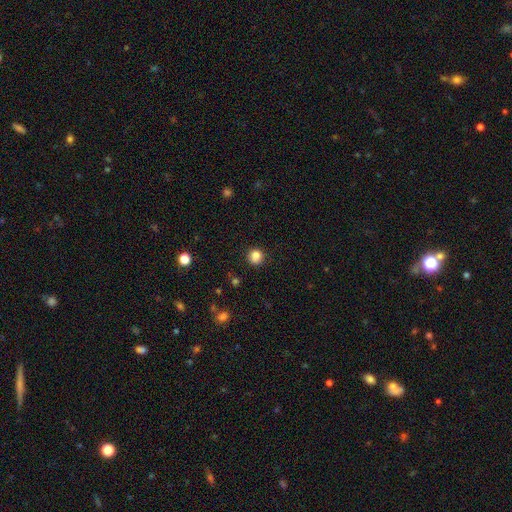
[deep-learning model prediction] smooth-or-featured: smooth: 83% | star or artifact: 12% | featured or disk: 5%
  how-rounded: round: 90% | in between: 9% | cigar-shaped: 1%
  merging: none: 84% | minor disturbance: 11% | major disturbance: 3% | merger: 2%